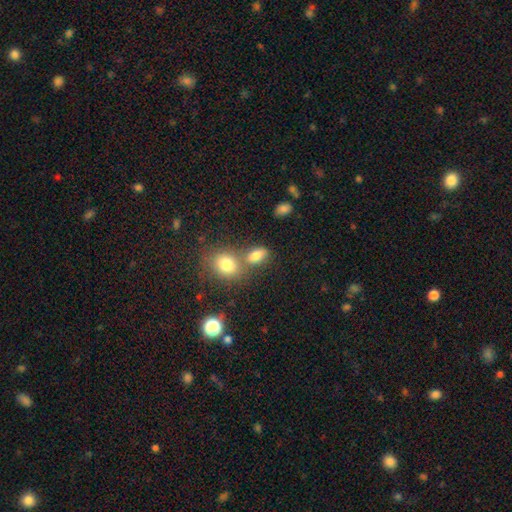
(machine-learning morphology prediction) A smooth galaxy with no disk features (78%) that is in between round and cigar-shaped (78%). Merging: none (50%).